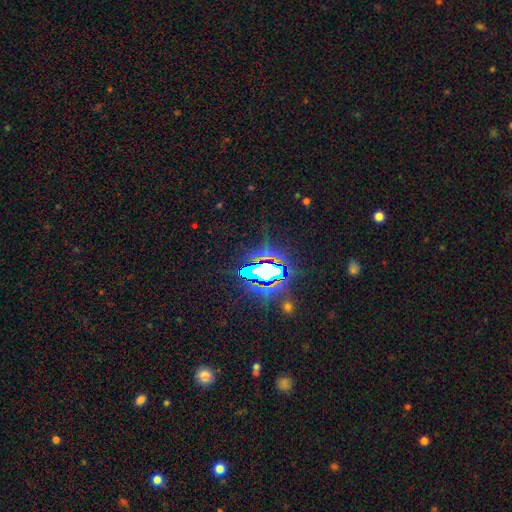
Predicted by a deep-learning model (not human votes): This appears to be a star or artifact, not a galaxy (84%).